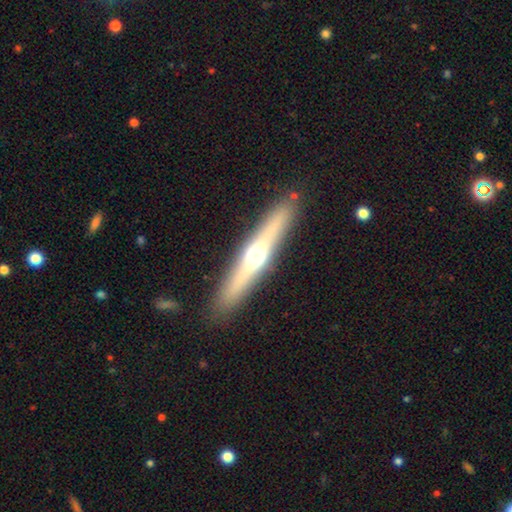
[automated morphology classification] Overall: featured or disk (62%; smooth 33%). Edge-on disk: yes (95%). Edge-on bulge: rounded (90%). Merging: none (89%).